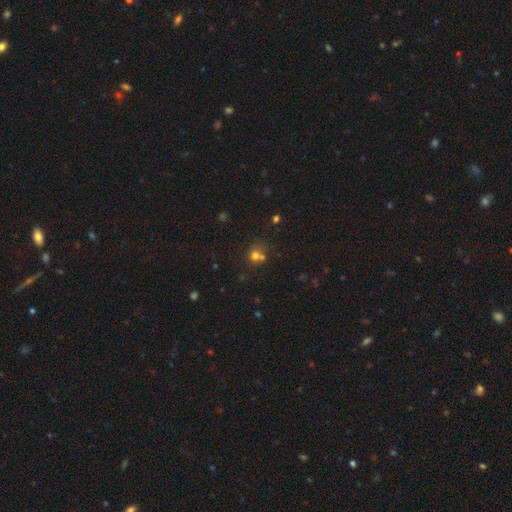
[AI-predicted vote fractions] Q: Smooth or featured?
A: smooth (68%); runner-up: star or artifact (20%)
Q: How rounded?
A: round (83%); runner-up: in between (16%)
Q: Merging?
A: none (50%); runner-up: merger (36%)